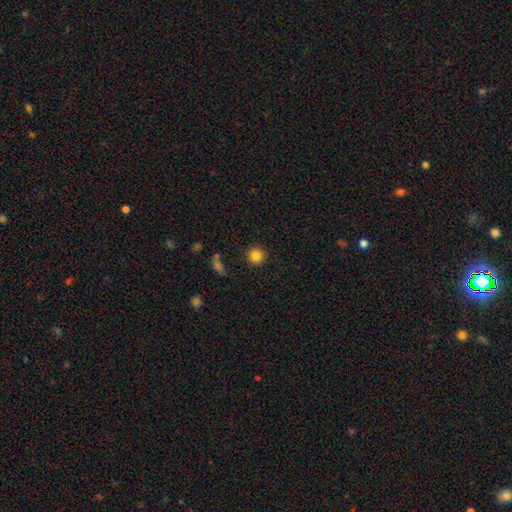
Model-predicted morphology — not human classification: smooth 84%, star or artifact 11%, featured or disk 5%. Down the decision tree: how rounded — round (94%); merging — none (90%).